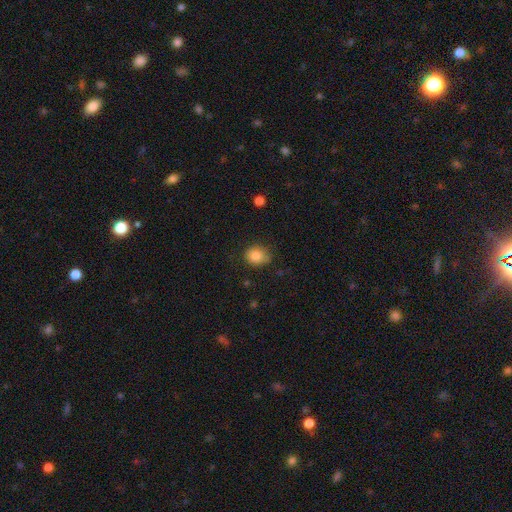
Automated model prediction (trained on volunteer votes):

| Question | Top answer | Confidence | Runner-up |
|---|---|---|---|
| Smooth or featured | smooth | 83% | star or artifact (10%) |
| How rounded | round | 63% | in between (36%) |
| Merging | none | 68% | minor disturbance (25%) |